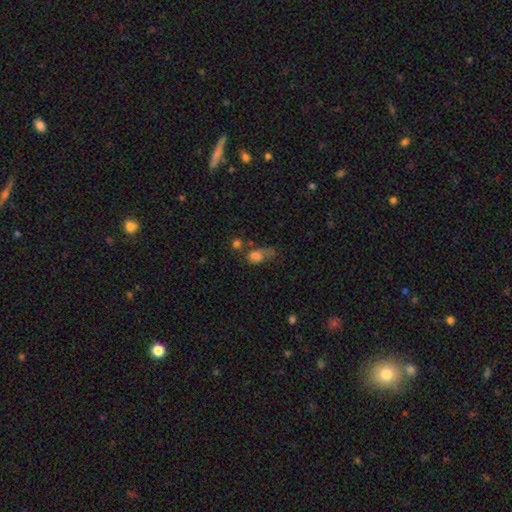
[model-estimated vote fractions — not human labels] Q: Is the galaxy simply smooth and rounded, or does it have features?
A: smooth — 73%.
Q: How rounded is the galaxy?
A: in between — 59%.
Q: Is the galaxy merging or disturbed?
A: major disturbance — 30%.